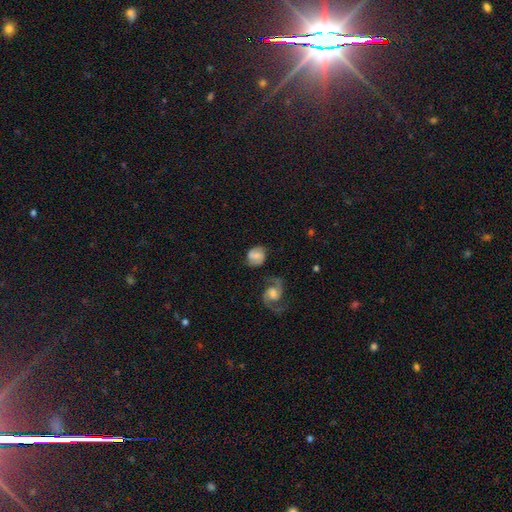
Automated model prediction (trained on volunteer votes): Q: Smooth or featured?
A: featured or disk (52%); runner-up: smooth (39%)
Q: Edge-on disk?
A: no (97%); runner-up: yes (3%)
Q: Bar?
A: weak (49%); runner-up: no (35%)
Q: Spiral arms?
A: yes (88%); runner-up: no (12%)
Q: Bulge size?
A: small (41%); runner-up: moderate (33%)
Q: Merging?
A: none (65%); runner-up: minor disturbance (18%)